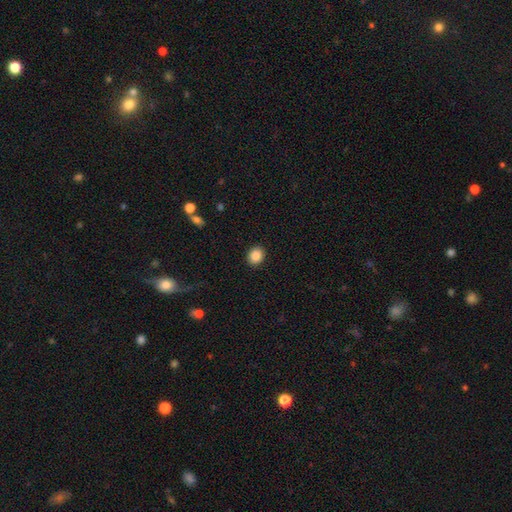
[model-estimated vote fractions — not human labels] smooth 87%, star or artifact 9%, featured or disk 4%. Down the decision tree: how rounded — round (56%); merging — none (91%).